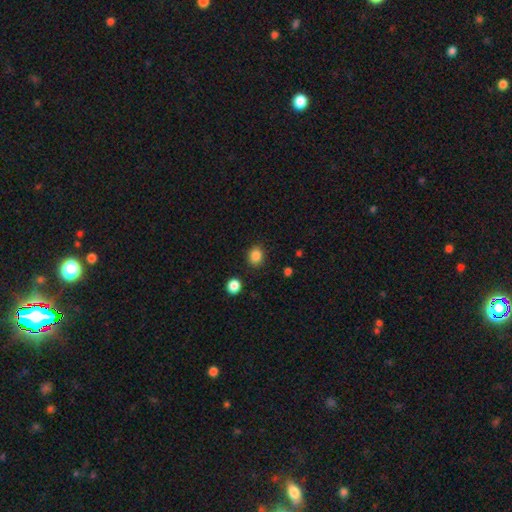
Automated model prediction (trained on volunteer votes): Smooth or featured?
  - smooth: 86% *
  - star or artifact: 10%
  - featured or disk: 3%
How rounded?
  - round: 67% *
  - in between: 32%
  - cigar-shaped: 1%
Merging?
  - none: 87% *
  - minor disturbance: 8%
  - major disturbance: 3%
  - merger: 2%